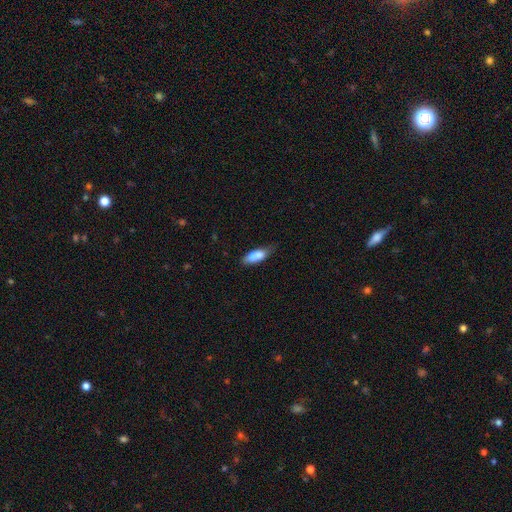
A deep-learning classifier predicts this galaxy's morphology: smooth 79%, featured or disk 14%, star or artifact 7%. Down the decision tree: how rounded — in between (65%); merging — none (51%).